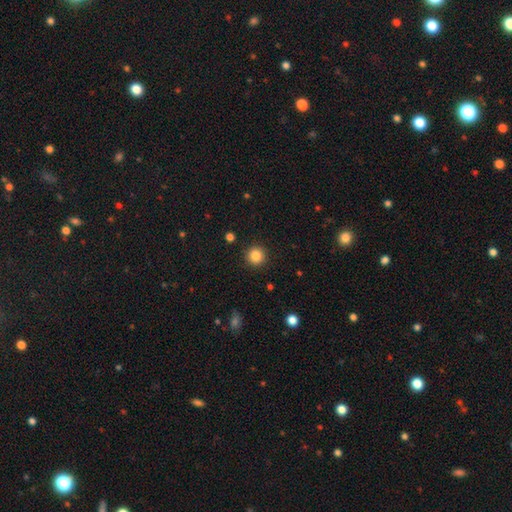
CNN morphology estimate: Smooth or featured? smooth (85%)
How rounded? round (95%)
Merging? none (92%)